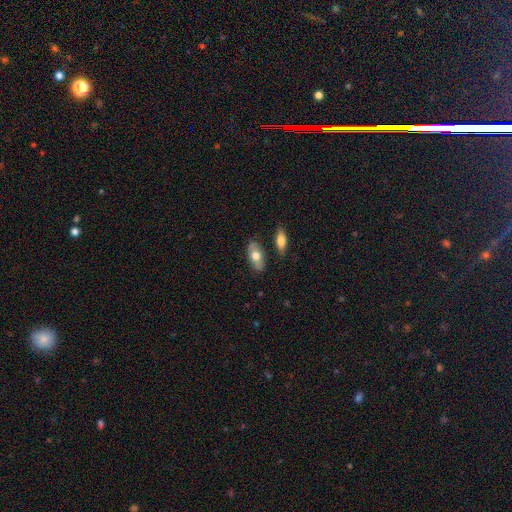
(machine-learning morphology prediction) Smooth or featured?
  - smooth: 65% *
  - featured or disk: 29%
  - star or artifact: 6%
How rounded?
  - in between: 86% *
  - cigar-shaped: 10%
  - round: 4%
Merging?
  - none: 79% *
  - minor disturbance: 12%
  - merger: 6%
  - major disturbance: 3%